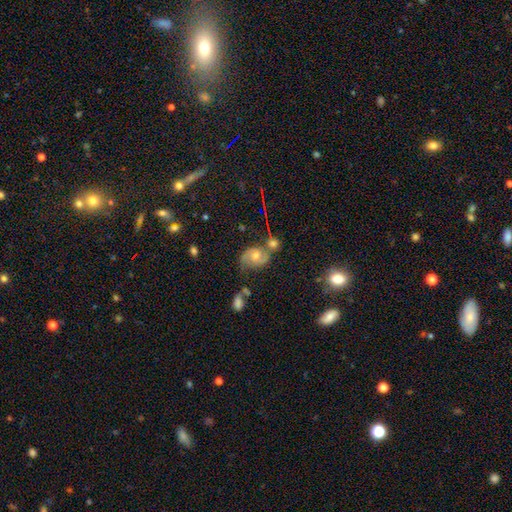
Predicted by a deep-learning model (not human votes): Smooth or featured? Predicted: featured or disk (p=0.66). Edge-on disk? Predicted: no (p=0.97). Bar? Predicted: no (p=0.72). Spiral arms? Predicted: yes (p=0.89). Spiral winding? Predicted: medium (p=0.47). Spiral arm count? Predicted: 2 (p=0.81). Bulge size? Predicted: moderate (p=0.66). Merging? Predicted: none (p=0.51).